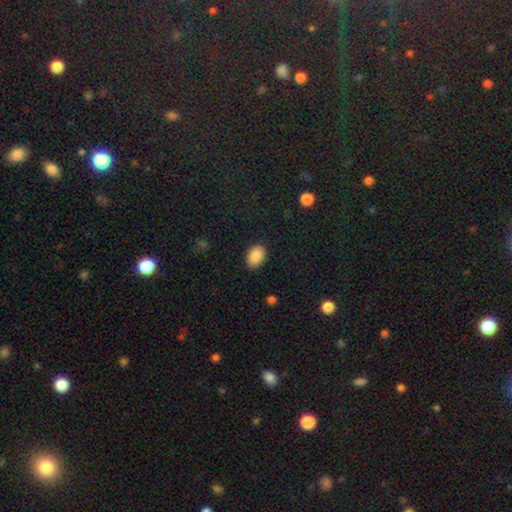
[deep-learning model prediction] A smooth galaxy with no disk features (88%) that is in between round and cigar-shaped (84%).

Vote fractions:
- Smooth or featured? smooth: 88% / star or artifact: 7% / featured or disk: 4%
- How rounded? in between: 84% / round: 15% / cigar-shaped: 1%
- Merging? none: 86% / minor disturbance: 10% / major disturbance: 2% / merger: 1%